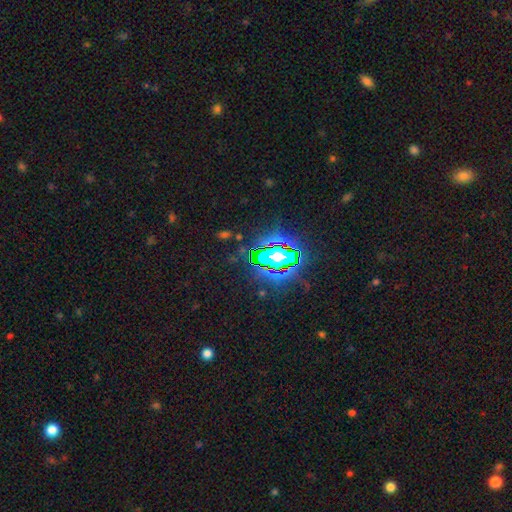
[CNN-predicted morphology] Smooth or featured? star or artifact (80%)